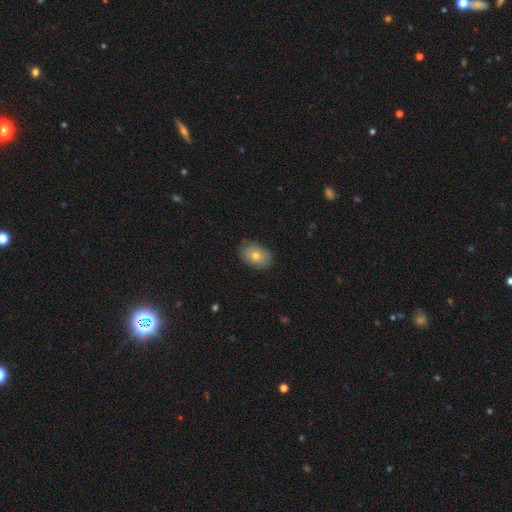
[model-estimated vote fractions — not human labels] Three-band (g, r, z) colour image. It shows a smooth galaxy with no disk features (73%) that is in between round and cigar-shaped (80%). Merging: none (84%).